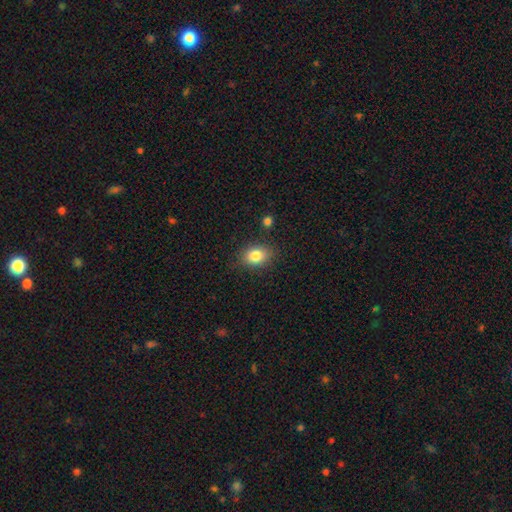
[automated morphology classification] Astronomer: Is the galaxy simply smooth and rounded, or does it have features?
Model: smooth — 83%.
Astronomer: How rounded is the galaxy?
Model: in between — 68%.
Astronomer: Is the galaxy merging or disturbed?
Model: none — 82%.